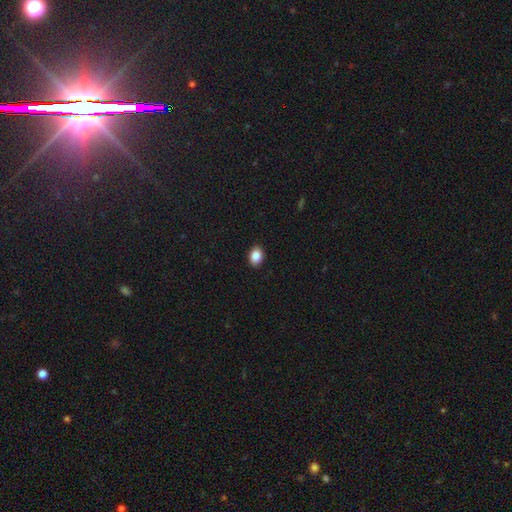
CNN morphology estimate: Q: Smooth or featured?
A: smooth (87%); runner-up: star or artifact (8%)
Q: How rounded?
A: in between (75%); runner-up: round (24%)
Q: Merging?
A: none (91%); runner-up: minor disturbance (6%)